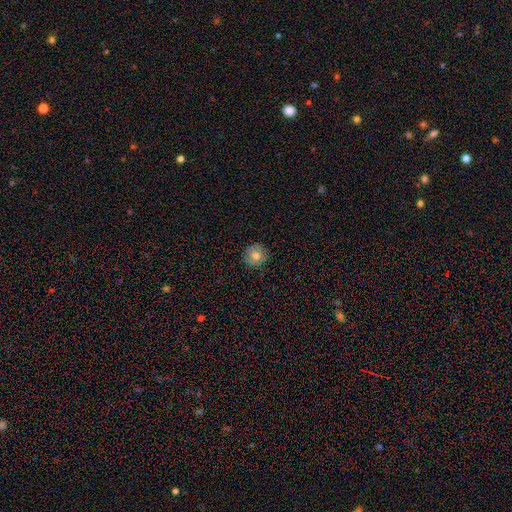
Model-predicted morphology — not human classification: This appears to be a smooth galaxy with no disk features (73%) that is round (92%). Merging: none (88%).